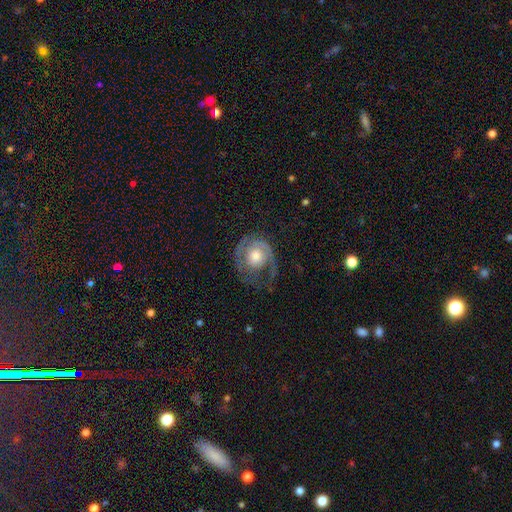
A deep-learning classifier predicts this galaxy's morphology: type=featured or disk (69%); edge-on=no (97%); bar=no (80%); spiral arms=yes (81%); winding=tight (50%); arm count=1 (54%); bulge=moderate (54%); merging=none (44%).